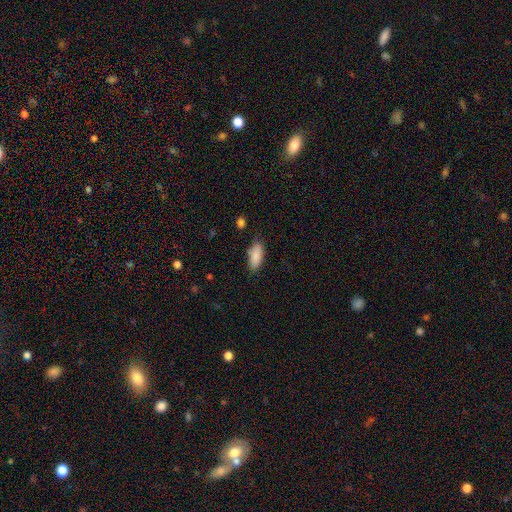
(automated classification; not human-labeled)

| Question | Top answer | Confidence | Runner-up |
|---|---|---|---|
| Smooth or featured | smooth | 88% | star or artifact (6%) |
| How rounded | in between | 84% | cigar-shaped (14%) |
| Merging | none | 80% | minor disturbance (15%) |